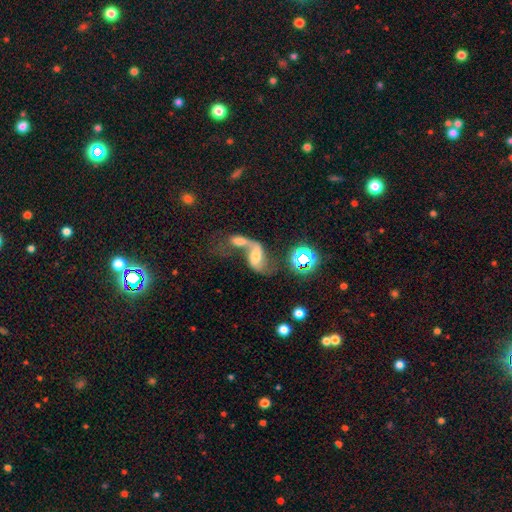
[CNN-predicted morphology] A featured or disk galaxy (61%) with no bar (40%), spiral arms (79%) and a moderate central bulge (43%).

Vote fractions:
- Smooth or featured? featured or disk: 61% / smooth: 26% / star or artifact: 13%
- Edge-on disk? no: 94% / yes: 6%
- Bar? no: 40% / weak: 37% / strong: 23%
- Spiral arms? yes: 79% / no: 21%
- Bulge size? moderate: 43% / small: 26% / large: 15% / none: 13% / dominant: 3%
- Merging? merger: 64% / none: 16% / major disturbance: 12% / minor disturbance: 7%